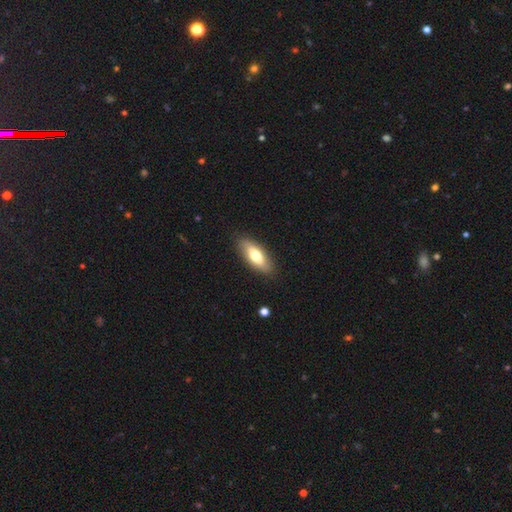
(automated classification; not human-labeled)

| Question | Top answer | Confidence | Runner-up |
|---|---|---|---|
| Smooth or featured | smooth | 66% | featured or disk (28%) |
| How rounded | in between | 73% | cigar-shaped (24%) |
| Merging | none | 87% | minor disturbance (10%) |